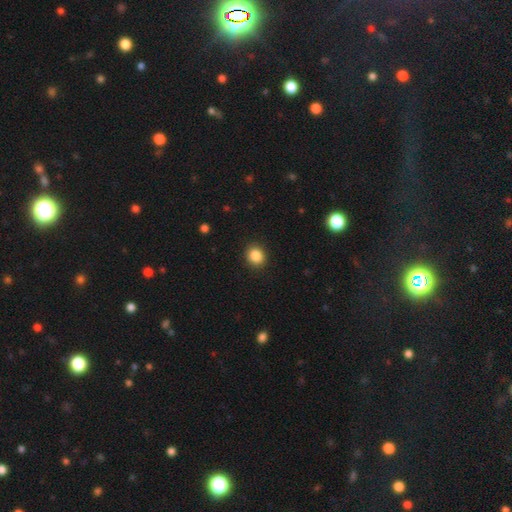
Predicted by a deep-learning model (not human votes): This appears to be a smooth galaxy with no disk features (87%) that is round (75%). Merging: none (90%).